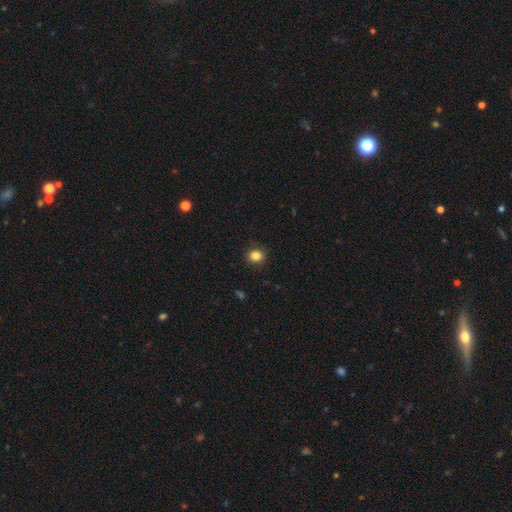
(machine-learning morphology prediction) Overall: smooth (85%). How rounded: round (76%). Merging: none (89%).